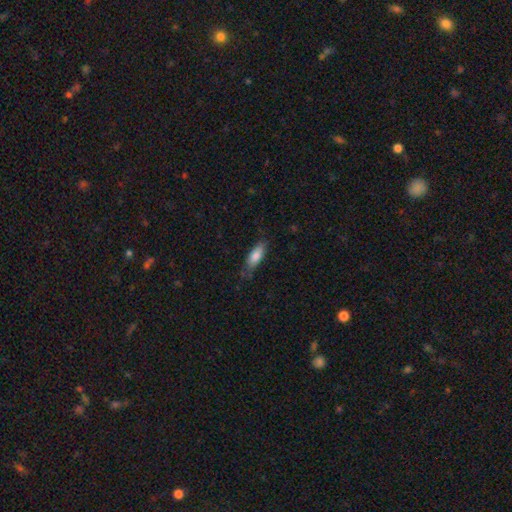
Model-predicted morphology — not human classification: This is clearly a smooth galaxy (81%). How rounded: likely in between (67%). Merging: likely none (70%).